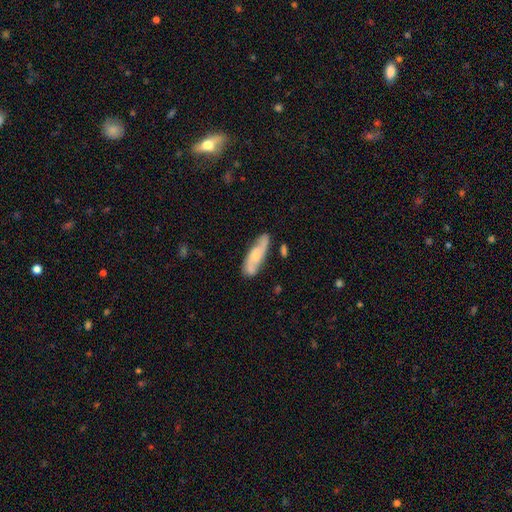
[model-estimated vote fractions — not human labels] Morphology: type=featured or disk (49%); merging=none (72%).